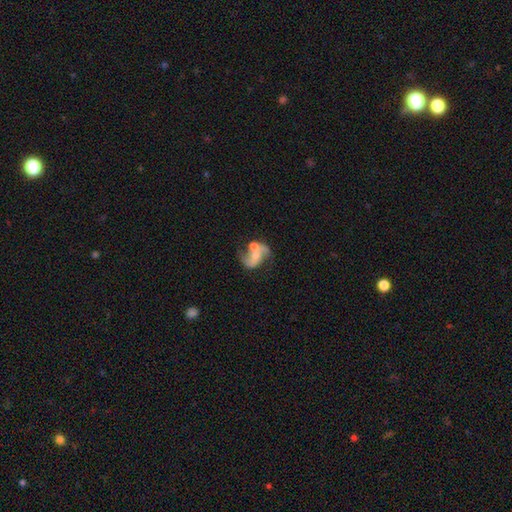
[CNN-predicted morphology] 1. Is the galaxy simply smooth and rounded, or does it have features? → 75% featured or disk, 17% smooth, 8% star or artifact.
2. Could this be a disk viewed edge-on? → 98% no, 2% yes.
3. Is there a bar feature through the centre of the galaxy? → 58% no, 32% weak, 10% strong.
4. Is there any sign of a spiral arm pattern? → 89% yes, 11% no.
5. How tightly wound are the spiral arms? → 59% loose, 35% medium, 7% tight.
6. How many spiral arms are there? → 87% 2, 6% 1, 4% can't tell, 1% 3, 1% 4, 1% more than 4.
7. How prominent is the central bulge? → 42% moderate, 39% small, 12% none, 5% large, 2% dominant.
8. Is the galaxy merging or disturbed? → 37% none, 36% merger, 14% minor disturbance, 12% major disturbance.